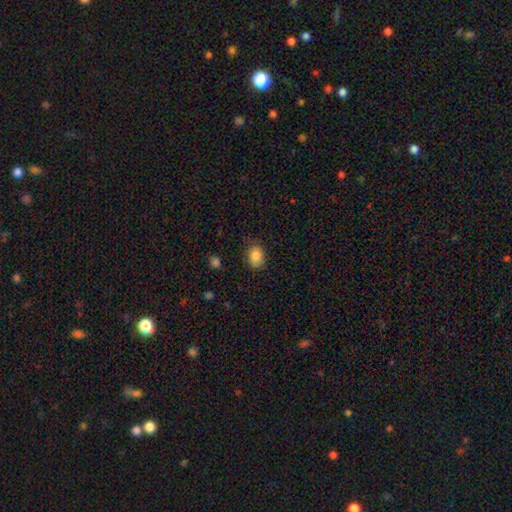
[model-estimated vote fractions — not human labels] Overall: smooth (83%). How rounded: in between (59%; round 40%). Merging: none (76%).